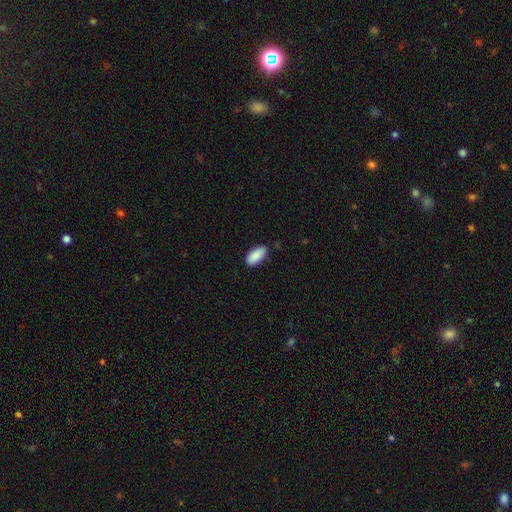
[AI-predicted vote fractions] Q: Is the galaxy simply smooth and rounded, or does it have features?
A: smooth — 90%.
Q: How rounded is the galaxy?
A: in between — 92%.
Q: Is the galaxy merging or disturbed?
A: none — 85%.